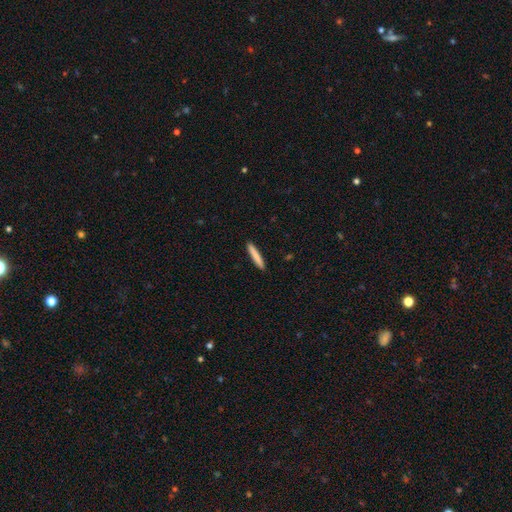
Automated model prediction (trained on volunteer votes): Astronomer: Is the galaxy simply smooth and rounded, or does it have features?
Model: smooth — 82%.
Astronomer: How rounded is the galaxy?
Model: cigar-shaped — 95%.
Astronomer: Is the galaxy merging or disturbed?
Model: none — 92%.